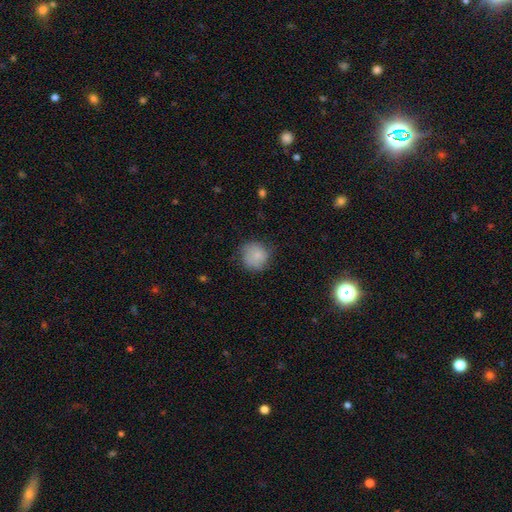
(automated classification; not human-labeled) smooth-or-featured: smooth: 79% | featured or disk: 13% | star or artifact: 8%
  how-rounded: round: 88% | in between: 11% | cigar-shaped: 1%
  merging: none: 67% | minor disturbance: 24% | major disturbance: 7% | merger: 2%